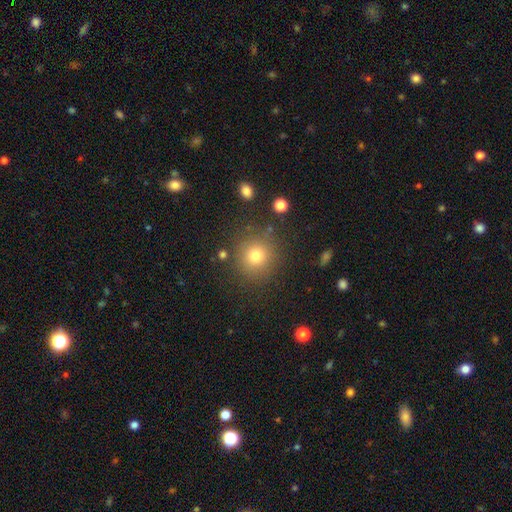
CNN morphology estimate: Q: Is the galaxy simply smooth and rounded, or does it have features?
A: smooth — 76%.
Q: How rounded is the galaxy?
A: round — 92%.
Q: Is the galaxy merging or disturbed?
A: none — 86%.